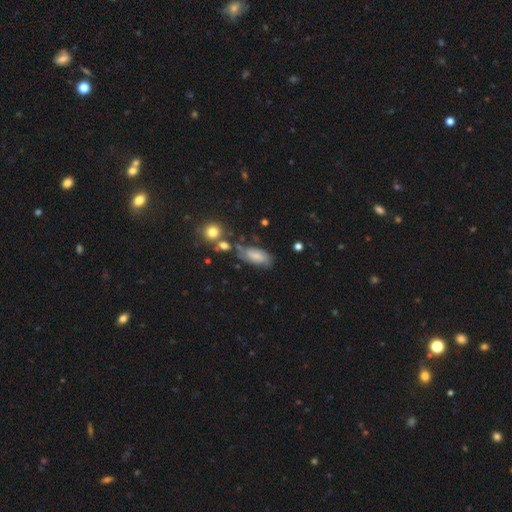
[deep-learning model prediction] Smooth or featured: smooth — 58% (featured or disk — 33%)
How rounded: in between — 85% (cigar-shaped — 11%)
Merging: none — 62% (minor disturbance — 23%)